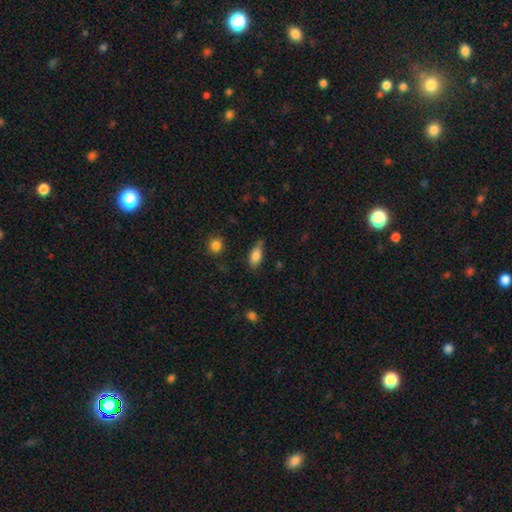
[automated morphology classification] The model was most divided on "merging": none: 64%, minor disturbance: 28%, major disturbance: 6%, merger: 3%. More confident: how rounded — in between (83%); smooth or featured — smooth (83%).